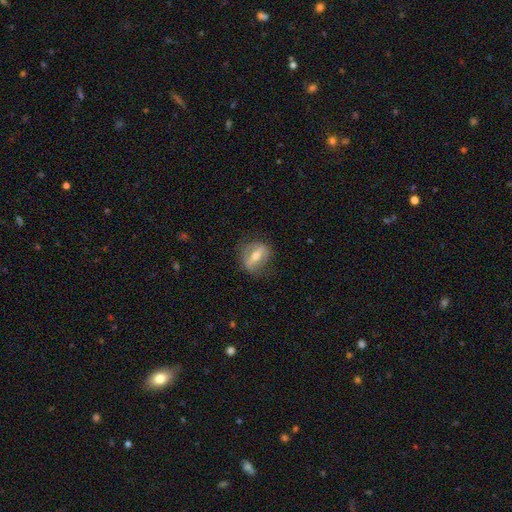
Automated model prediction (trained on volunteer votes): Q: Smooth or featured?
A: featured or disk (58%); runner-up: smooth (35%)
Q: Edge-on disk?
A: no (78%); runner-up: yes (22%)
Q: Merging?
A: none (70%); runner-up: minor disturbance (19%)